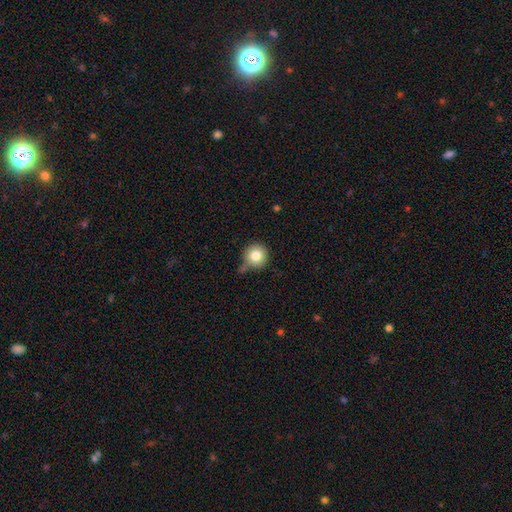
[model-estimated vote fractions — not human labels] This appears to be a smooth galaxy with no disk features (81%) that is round (94%). Merging: none (60%).